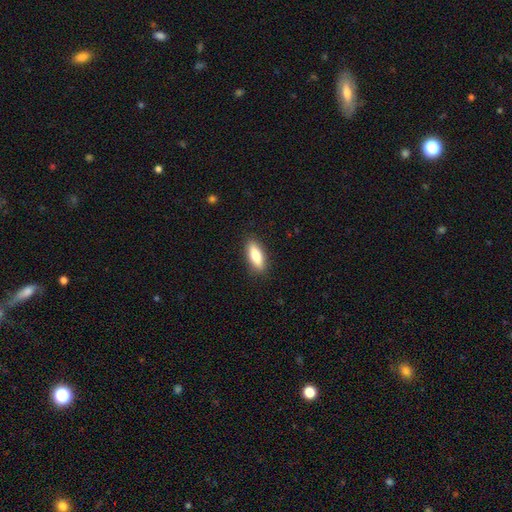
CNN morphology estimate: A smooth galaxy with no disk features (79%) that is in between round and cigar-shaped (63%). Merging: none (88%).